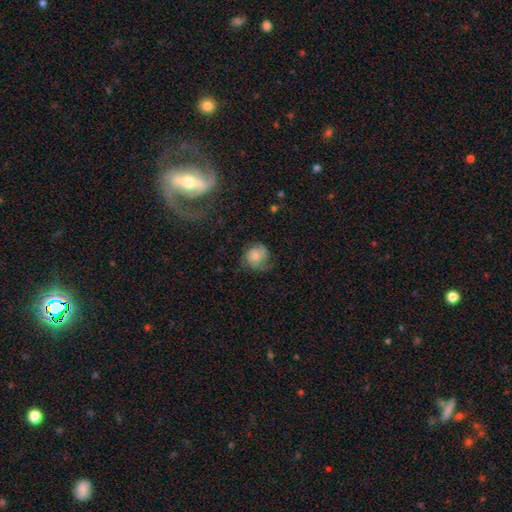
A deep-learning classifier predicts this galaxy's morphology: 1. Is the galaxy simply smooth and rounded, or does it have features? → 53% smooth, 38% featured or disk, 9% star or artifact.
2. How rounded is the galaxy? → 80% round, 19% in between, 1% cigar-shaped.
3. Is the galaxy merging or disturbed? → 55% none, 27% minor disturbance, 17% major disturbance, 2% merger.